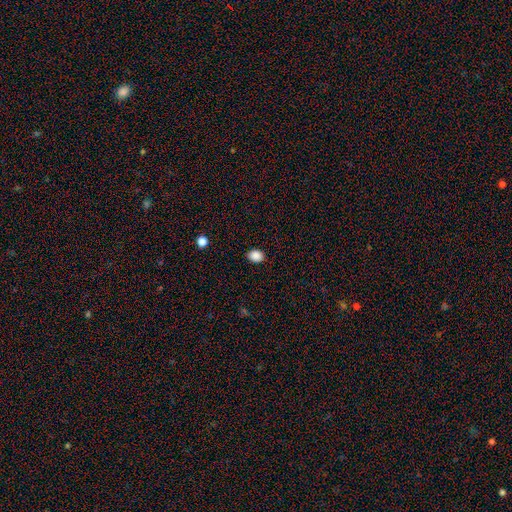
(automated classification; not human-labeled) smooth-or-featured: smooth: 88% | star or artifact: 9% | featured or disk: 3%
  how-rounded: in between: 59% | round: 40% | cigar-shaped: 1%
  merging: none: 89% | minor disturbance: 8% | major disturbance: 2% | merger: 1%